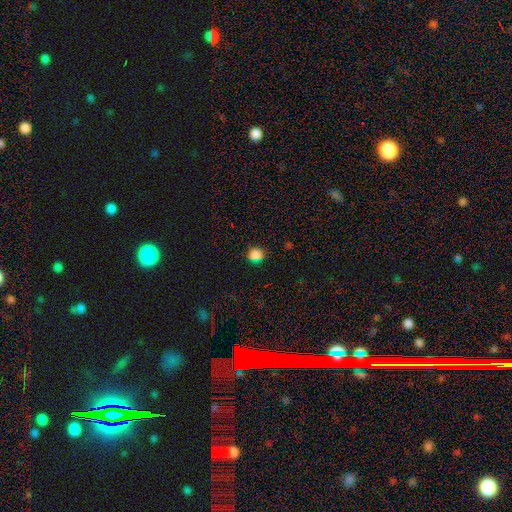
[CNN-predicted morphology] smooth 81%, star or artifact 15%, featured or disk 4%. Down the decision tree: how rounded — round (81%); merging — none (84%).